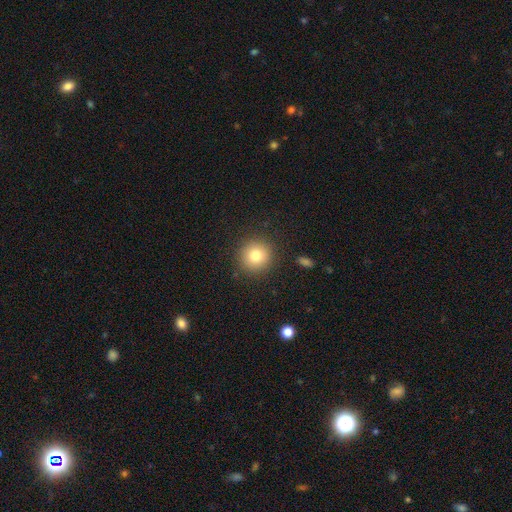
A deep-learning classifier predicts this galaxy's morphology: This appears to be a smooth galaxy with no disk features (80%) that is round (93%). Merging: none (90%).